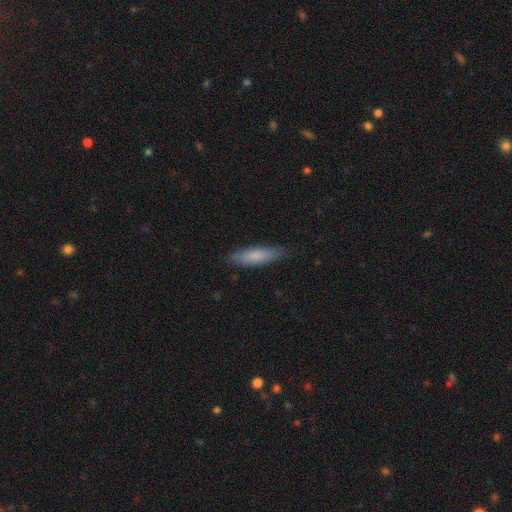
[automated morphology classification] Overall: smooth (80%). How rounded: cigar-shaped (67%; in between 32%). Merging: none (83%).